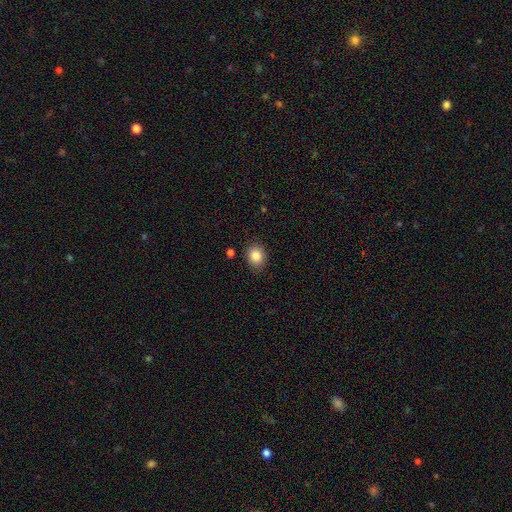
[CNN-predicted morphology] Smooth or featured: smooth — 85% (star or artifact — 9%)
How rounded: round — 56% (in between — 43%)
Merging: none — 86% (minor disturbance — 10%)